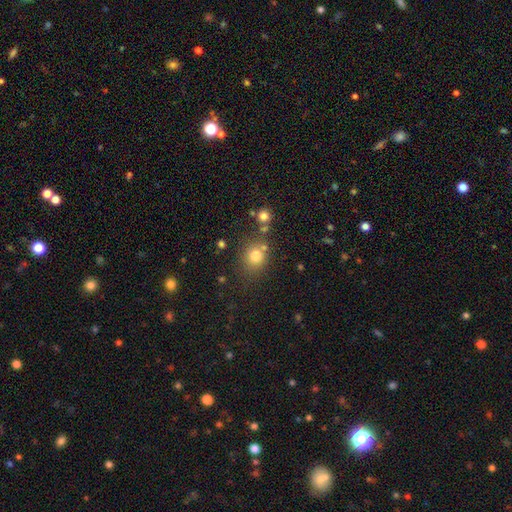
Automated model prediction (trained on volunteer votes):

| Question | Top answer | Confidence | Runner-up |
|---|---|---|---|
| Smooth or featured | smooth | 78% | star or artifact (14%) |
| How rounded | round | 76% | in between (23%) |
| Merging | none | 70% | minor disturbance (13%) |